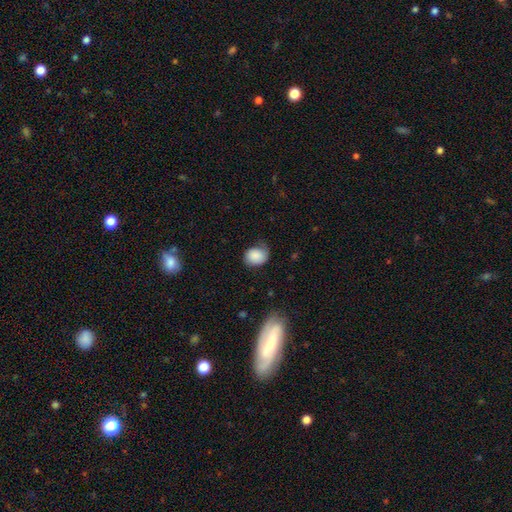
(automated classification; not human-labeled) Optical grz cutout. It shows a smooth galaxy with no disk features (79%) that is round (51%). Merging: none (54%).